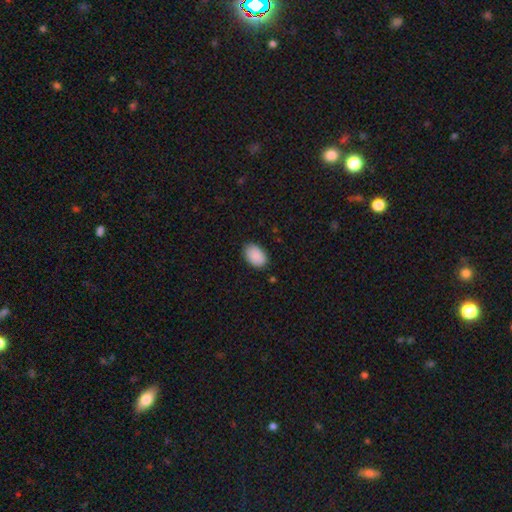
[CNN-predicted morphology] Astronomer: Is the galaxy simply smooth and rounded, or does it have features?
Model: smooth — 90%.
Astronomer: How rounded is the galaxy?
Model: in between — 88%.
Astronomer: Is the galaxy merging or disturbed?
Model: none — 85%.